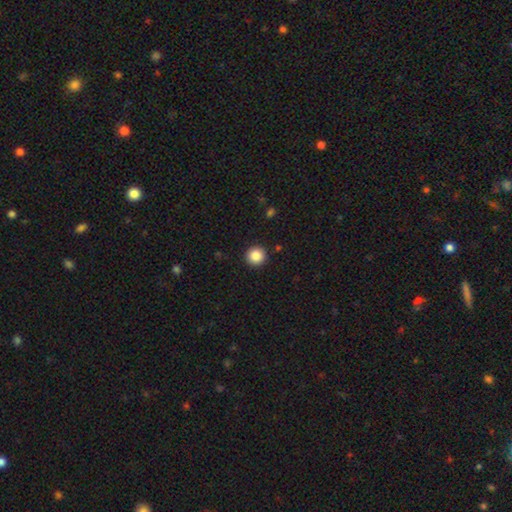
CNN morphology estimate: This is clearly a smooth galaxy (87%). How rounded: clearly round (96%). Merging: clearly none (93%).